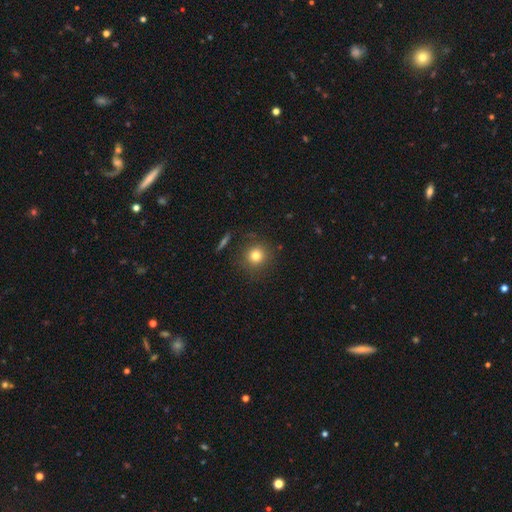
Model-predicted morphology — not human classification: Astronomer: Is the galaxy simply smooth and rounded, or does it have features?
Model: smooth — 80%.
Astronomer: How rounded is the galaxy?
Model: round — 92%.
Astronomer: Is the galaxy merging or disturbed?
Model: none — 86%.